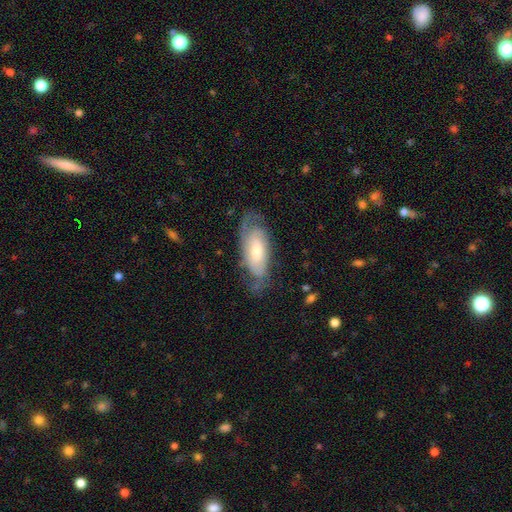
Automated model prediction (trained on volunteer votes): Smooth or featured: featured or disk — 72% (smooth — 21%)
Edge-on disk: no — 89% (yes — 11%)
Bar: no — 65% (weak — 27%)
Spiral arms: yes — 89% (no — 11%)
Spiral winding: tight — 56% (medium — 32%)
Spiral arm count: 2 — 52% (can't tell — 31%)
Bulge size: moderate — 47% (small — 37%)
Merging: none — 70% (minor disturbance — 20%)